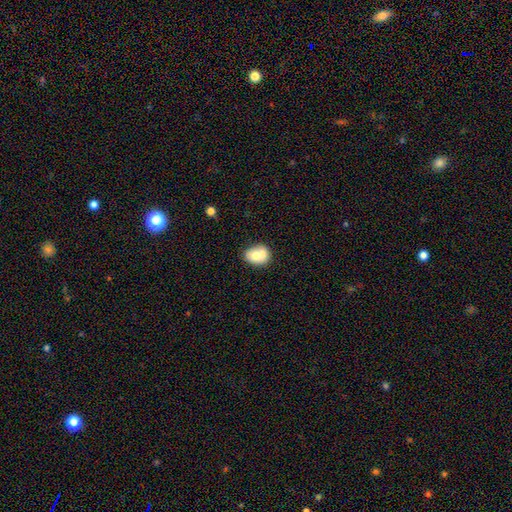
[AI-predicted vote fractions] This appears to be a smooth galaxy with no disk features (68%) that is round (50%). Merging: merger (52%).